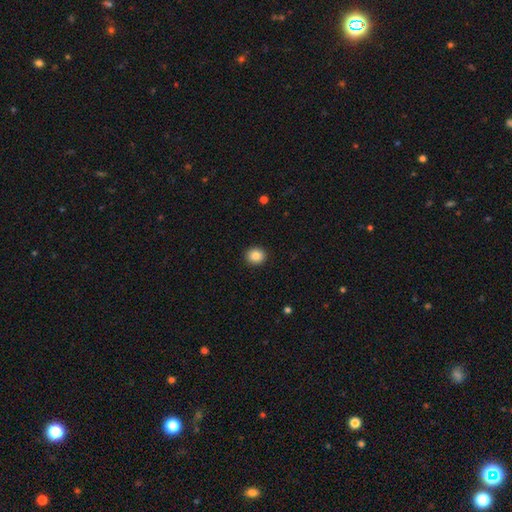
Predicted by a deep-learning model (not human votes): smooth_or_featured: smooth (p=0.87) [alt: star or artifact p=0.09]
how_rounded: round (p=0.86) [alt: in between p=0.13]
merging: none (p=0.92) [alt: minor disturbance p=0.05]